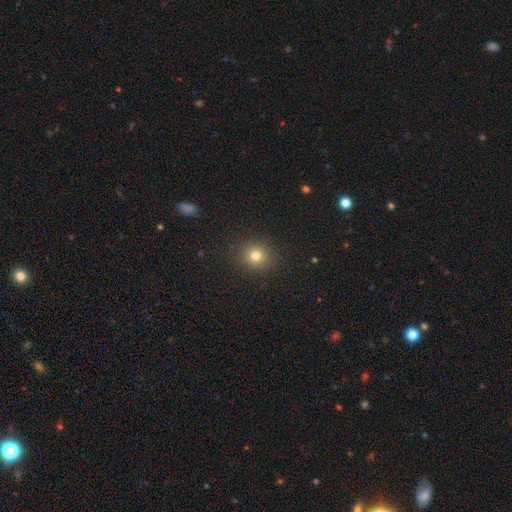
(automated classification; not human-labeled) smooth_or_featured: smooth (p=0.77) [alt: star or artifact p=0.15]
how_rounded: round (p=0.84) [alt: in between p=0.15]
merging: none (p=0.89) [alt: minor disturbance p=0.07]